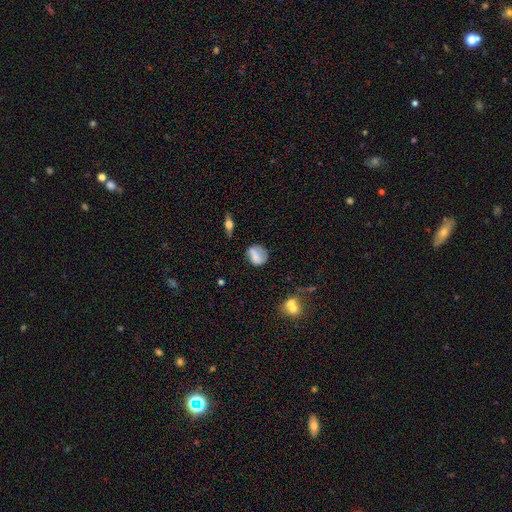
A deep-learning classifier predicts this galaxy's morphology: A smooth galaxy with no disk features (68%) that is round (55%).

Vote fractions:
- Smooth or featured? smooth: 68% / featured or disk: 23% / star or artifact: 10%
- How rounded? round: 55% / in between: 43% / cigar-shaped: 2%
- Merging? none: 56% / minor disturbance: 28% / major disturbance: 11% / merger: 5%